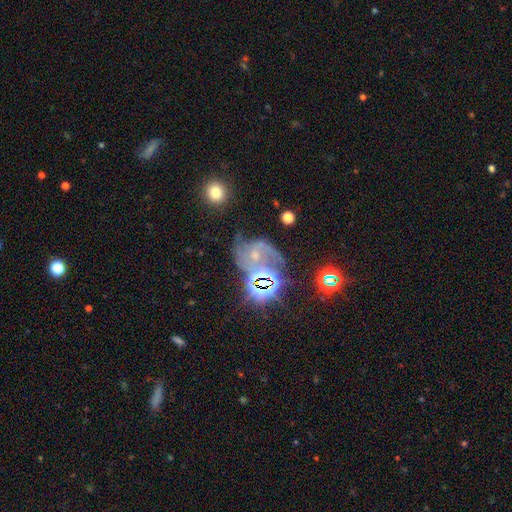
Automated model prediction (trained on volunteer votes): smooth_or_featured: featured or disk (p=0.61) [alt: star or artifact p=0.27]
disk_edge_on: no (p=0.97) [alt: yes p=0.03]
bar: no (p=0.62) [alt: weak p=0.29]
has_spiral_arms: yes (p=0.88) [alt: no p=0.12]
spiral_winding: medium (p=0.47) [alt: tight p=0.28]
spiral_arm_count: 2 (p=0.36) [alt: 3 p=0.25]
bulge_size: small (p=0.59) [alt: moderate p=0.31]
merging: none (p=0.44) [alt: major disturbance p=0.23]